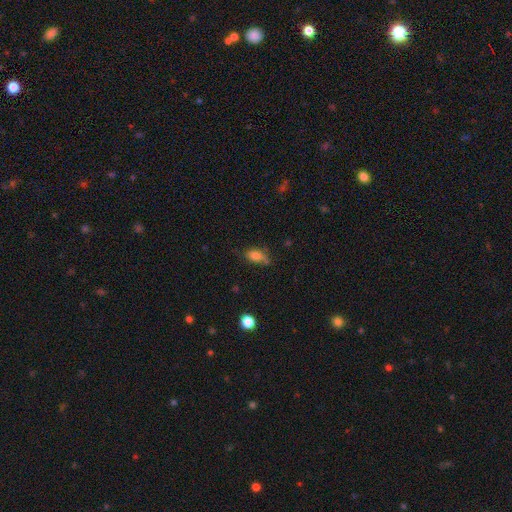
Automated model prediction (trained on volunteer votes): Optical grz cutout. It shows a smooth galaxy with no disk features (78%) that is in between round and cigar-shaped (84%). Merging: none (51%).